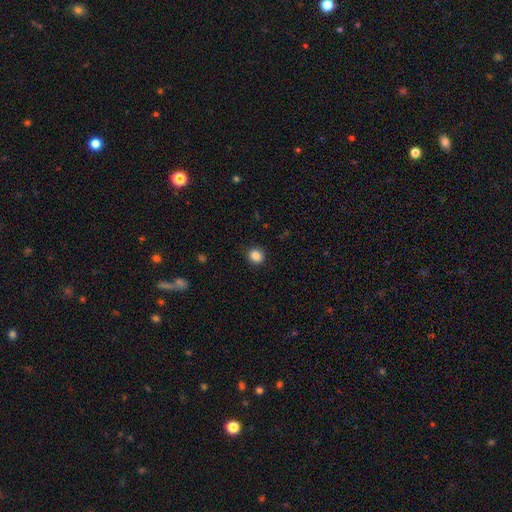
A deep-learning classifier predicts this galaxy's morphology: type=smooth (86%); roundness=round (90%); merging=none (91%).